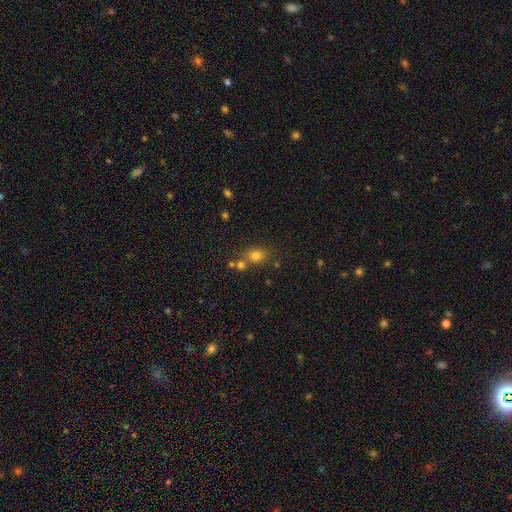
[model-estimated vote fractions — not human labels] Smooth or featured?
  - smooth: 73% *
  - star or artifact: 18%
  - featured or disk: 9%
How rounded?
  - round: 54% *
  - in between: 44%
  - cigar-shaped: 2%
Merging?
  - none: 63% *
  - merger: 22%
  - minor disturbance: 11%
  - major disturbance: 4%